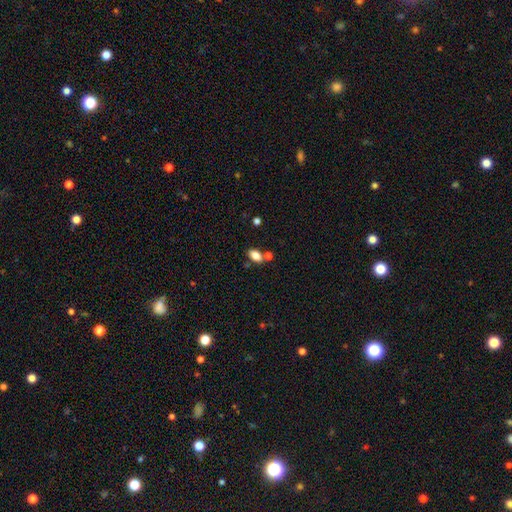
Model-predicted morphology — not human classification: Overall: smooth (83%). How rounded: in between (89%). Merging: none (67%).